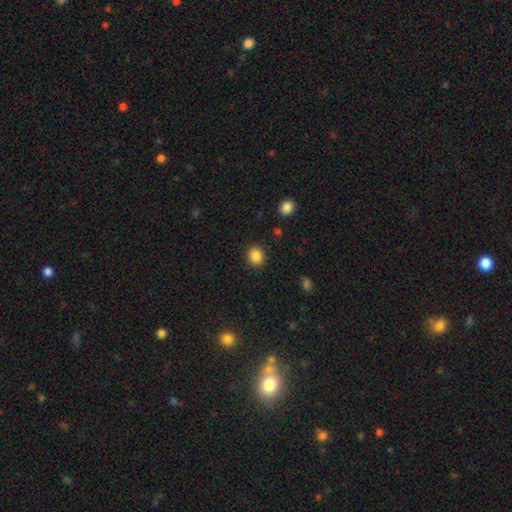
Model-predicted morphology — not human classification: Overall: smooth (86%). How rounded: round (74%). Merging: none (90%).